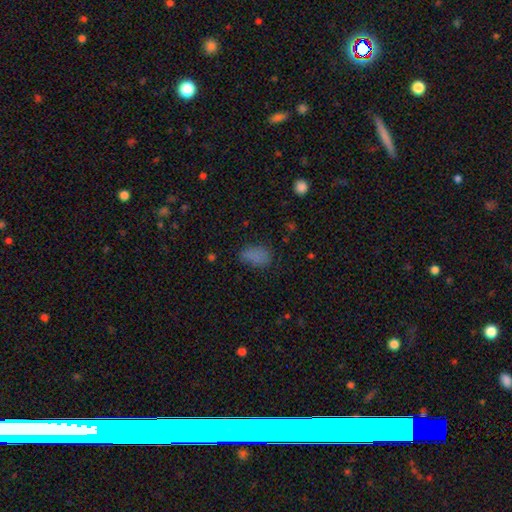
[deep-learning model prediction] This is likely a smooth galaxy (78%). How rounded: clearly in between (89%). Merging: likely none (66%).